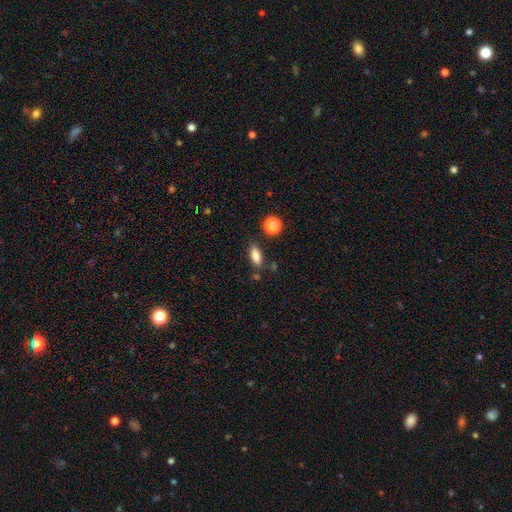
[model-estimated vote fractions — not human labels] Morphology: type=smooth (79%); roundness=in between (72%); merging=none (77%).